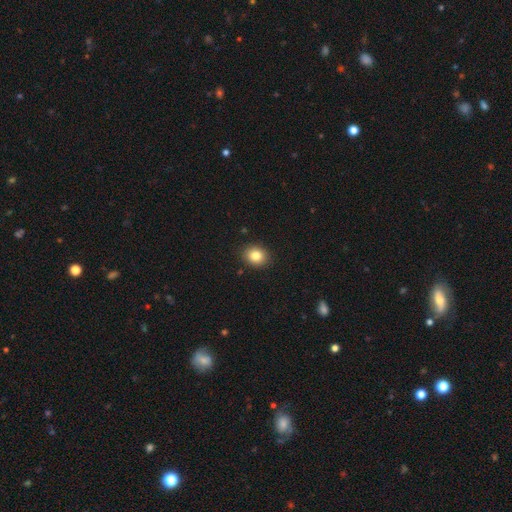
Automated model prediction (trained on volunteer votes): This appears to be a smooth galaxy with no disk features (83%) that is round (57%). Merging: none (90%).